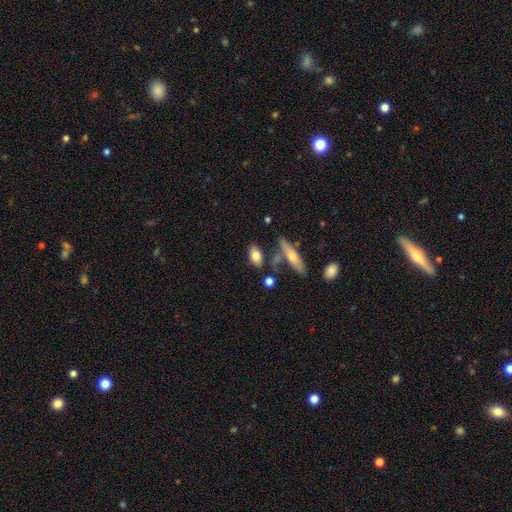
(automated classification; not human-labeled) A smooth galaxy with no disk features (76%) that is in between round and cigar-shaped (86%).

Vote fractions:
- Smooth or featured? smooth: 76% / featured or disk: 17% / star or artifact: 7%
- How rounded? in between: 86% / cigar-shaped: 9% / round: 5%
- Merging? none: 69% / minor disturbance: 14% / merger: 13% / major disturbance: 4%